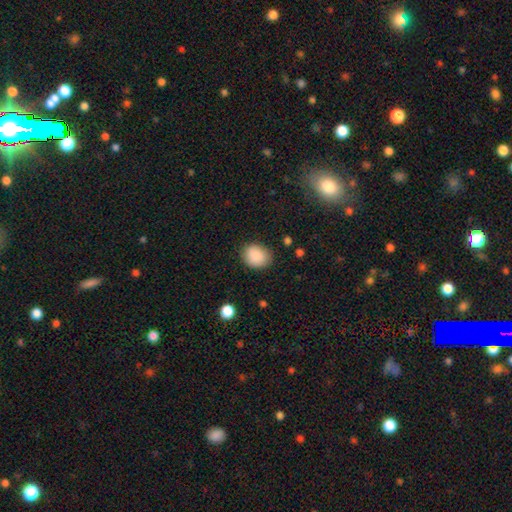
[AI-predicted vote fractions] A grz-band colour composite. It shows a smooth galaxy with no disk features (88%) that is round (58%). Merging: none (82%).